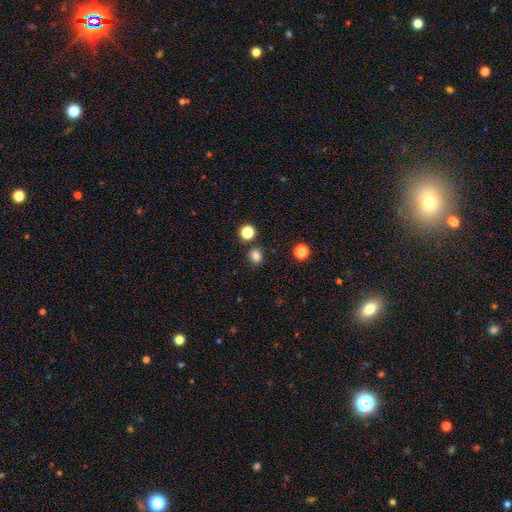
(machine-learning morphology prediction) The model was most divided on "how rounded": round: 70%, in between: 29%, cigar-shaped: 1%. More confident: merging — none (84%); smooth or featured — smooth (81%).